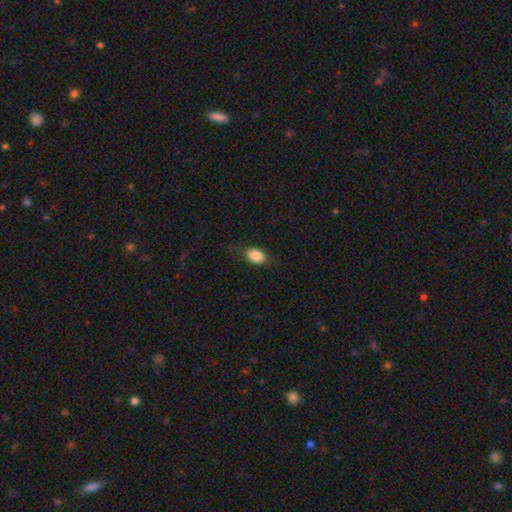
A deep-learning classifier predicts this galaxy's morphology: Smooth or featured? smooth (85%)
How rounded? in between (80%)
Merging? none (77%)